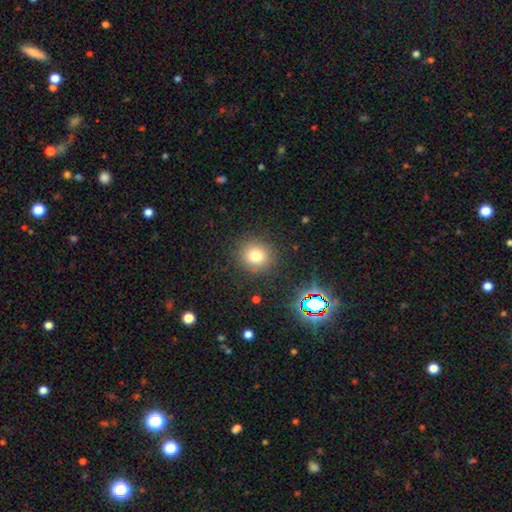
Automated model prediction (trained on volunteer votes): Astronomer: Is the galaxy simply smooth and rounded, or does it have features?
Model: smooth — 75%.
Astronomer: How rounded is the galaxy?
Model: round — 87%.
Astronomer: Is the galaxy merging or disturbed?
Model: none — 88%.